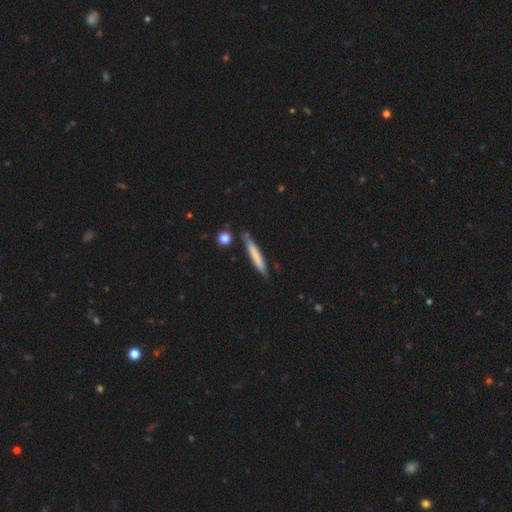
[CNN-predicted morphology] Smooth or featured? smooth (66%)
How rounded? cigar-shaped (95%)
Merging? none (83%)